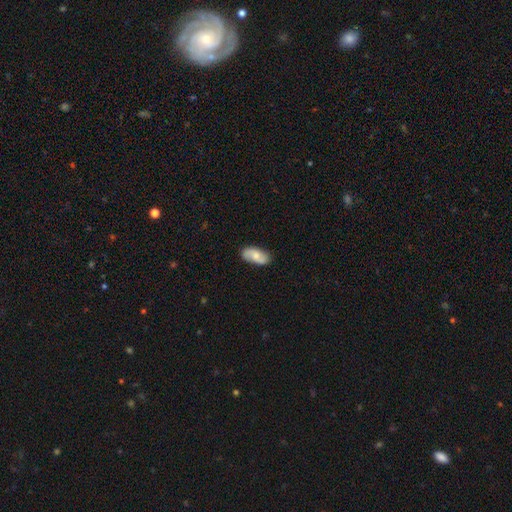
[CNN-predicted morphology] The model was most divided on "smooth or featured": smooth: 59%, featured or disk: 35%, star or artifact: 6%. More confident: how rounded — in between (89%); merging — none (82%).